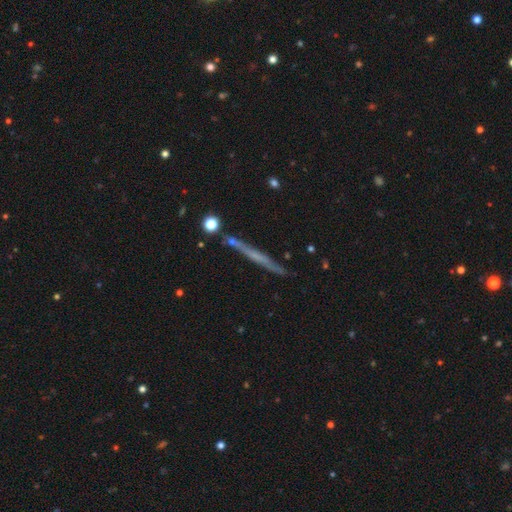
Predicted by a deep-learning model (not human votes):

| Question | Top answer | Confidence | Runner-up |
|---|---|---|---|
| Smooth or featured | featured or disk | 61% | smooth (31%) |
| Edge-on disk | yes | 97% | no (3%) |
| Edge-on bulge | none | 75% | rounded (19%) |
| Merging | none | 86% | minor disturbance (9%) |